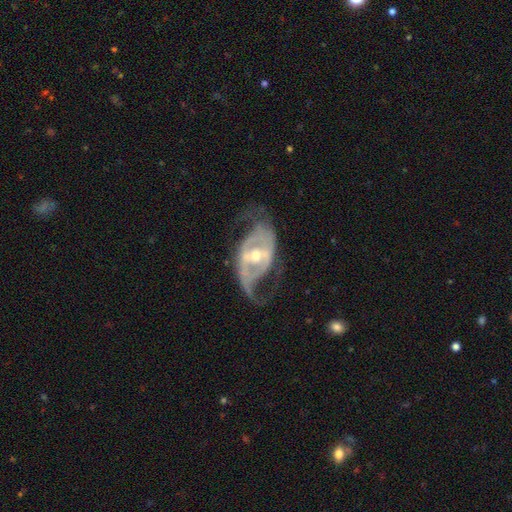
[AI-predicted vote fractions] Smooth or featured? Predicted: featured or disk (p=0.87). Edge-on disk? Predicted: no (p=0.94). Bar? Predicted: strong (p=0.47). Spiral arms? Predicted: yes (p=0.83). Spiral winding? Predicted: medium (p=0.42, tied with loose). Spiral arm count? Predicted: 2 (p=0.83). Bulge size? Predicted: moderate (p=0.63). Merging? Predicted: none (p=0.56).